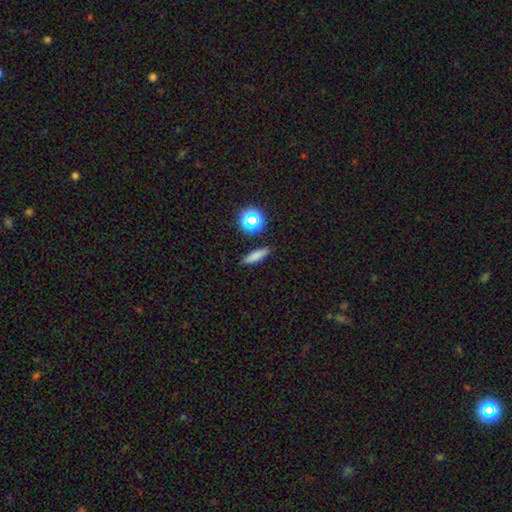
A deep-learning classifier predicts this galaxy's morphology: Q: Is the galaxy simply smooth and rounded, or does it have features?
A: smooth — 76%.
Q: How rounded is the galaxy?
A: cigar-shaped — 66%.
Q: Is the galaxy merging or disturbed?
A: none — 87%.